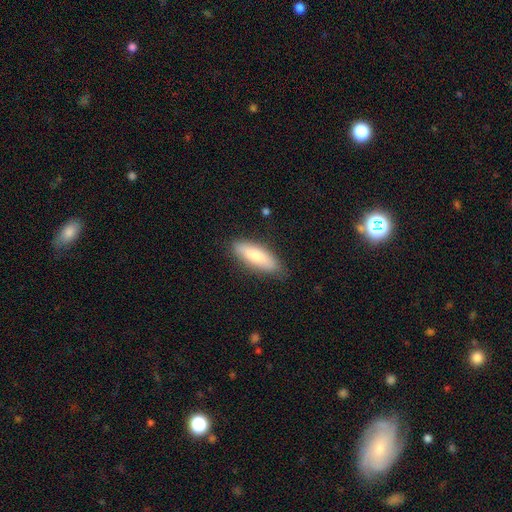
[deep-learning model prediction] A smooth galaxy with no disk features (73%) that is in between round and cigar-shaped (55%). Merging: none (81%).